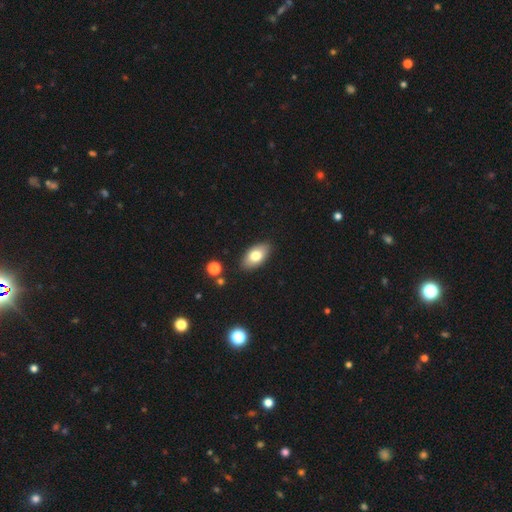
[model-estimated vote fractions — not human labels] A smooth galaxy with no disk features (76%) that is in between round and cigar-shaped (92%).

Vote fractions:
- Smooth or featured? smooth: 76% / featured or disk: 17% / star or artifact: 7%
- How rounded? in between: 92% / round: 5% / cigar-shaped: 3%
- Merging? none: 87% / minor disturbance: 9% / major disturbance: 2% / merger: 2%